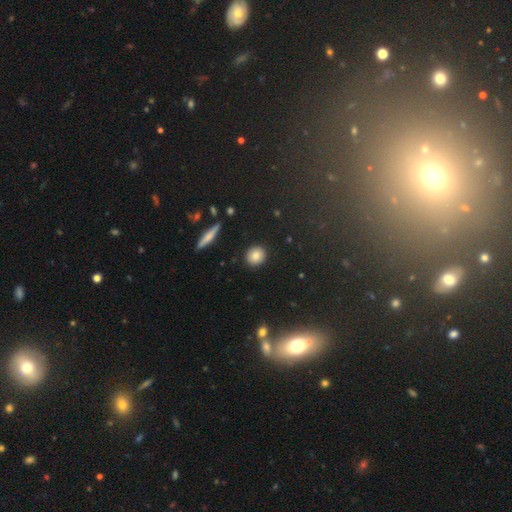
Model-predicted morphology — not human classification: Overall: smooth (83%). How rounded: round (84%). Merging: none (91%).